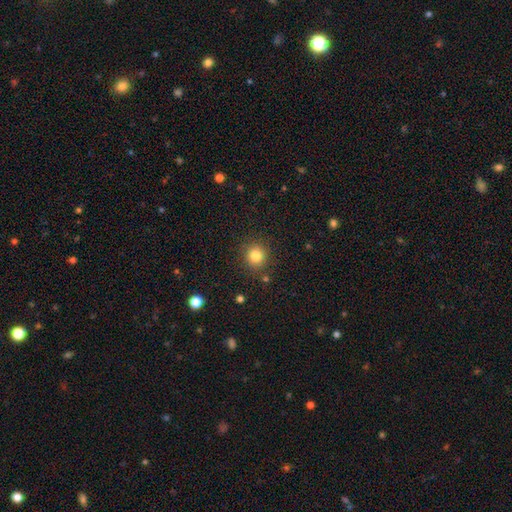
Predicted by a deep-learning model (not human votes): This appears to be a smooth galaxy with no disk features (82%) that is round (91%). Merging: none (88%).